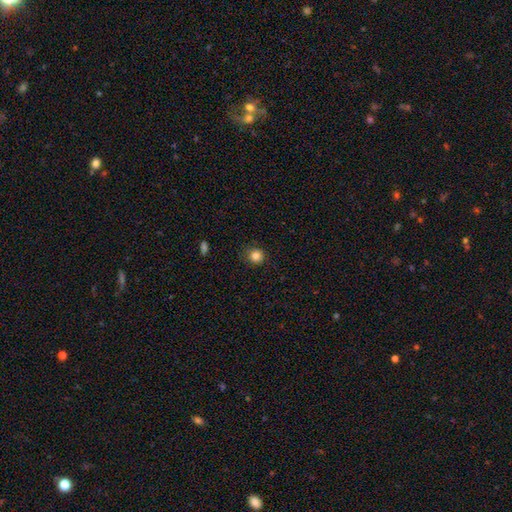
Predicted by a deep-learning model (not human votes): smooth 84%, star or artifact 11%, featured or disk 5%. Down the decision tree: how rounded — round (91%); merging — none (86%).